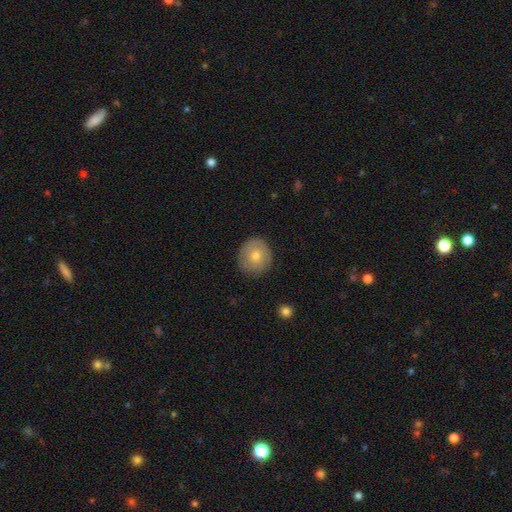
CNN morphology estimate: smooth 67%, featured or disk 25%, star or artifact 8%. Down the decision tree: how rounded — round (88%); merging — none (86%).